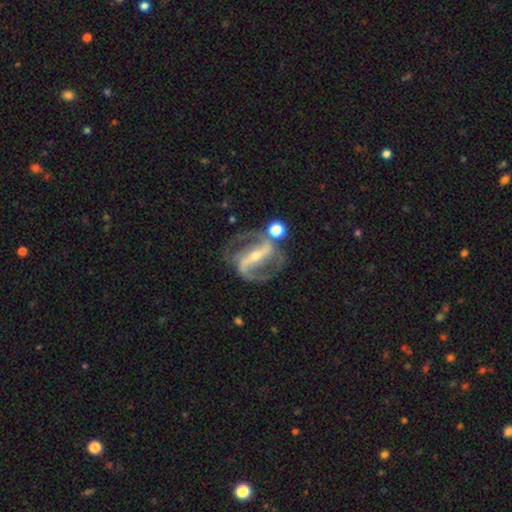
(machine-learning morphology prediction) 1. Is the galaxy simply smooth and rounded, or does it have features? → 91% featured or disk, 6% star or artifact, 4% smooth.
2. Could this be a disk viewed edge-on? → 96% no, 4% yes.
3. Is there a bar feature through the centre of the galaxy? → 77% strong, 16% weak, 8% no.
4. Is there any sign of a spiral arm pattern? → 96% yes, 4% no.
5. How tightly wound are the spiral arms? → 53% medium, 25% loose, 22% tight.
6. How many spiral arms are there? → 90% 2, 3% can't tell, 3% 3, 2% 1, 1% 4, 1% more than 4.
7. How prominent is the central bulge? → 62% small, 34% moderate, 1% large, 1% none, 1% dominant.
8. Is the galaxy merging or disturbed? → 65% none, 16% minor disturbance, 11% major disturbance, 8% merger.